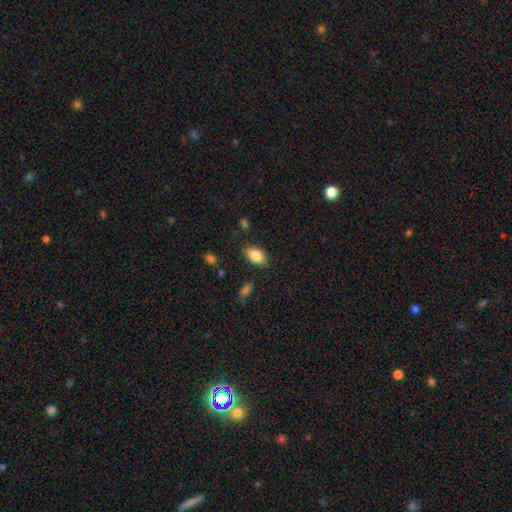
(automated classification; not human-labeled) Morphology: type=smooth (85%); roundness=in between (92%); merging=none (84%).